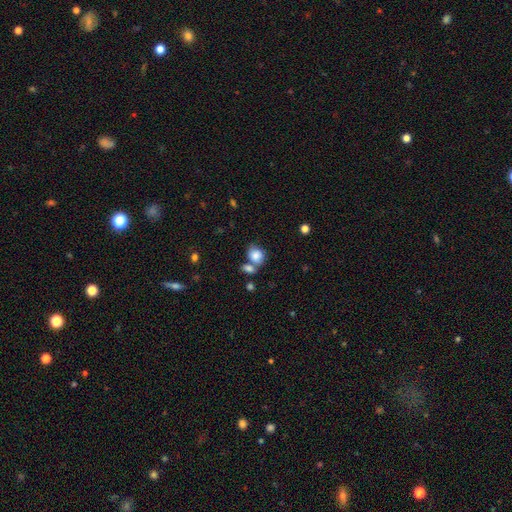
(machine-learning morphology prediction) Smooth or featured? Predicted: smooth (p=0.84). How rounded? Predicted: round (p=0.53). Merging? Predicted: none (p=0.45).